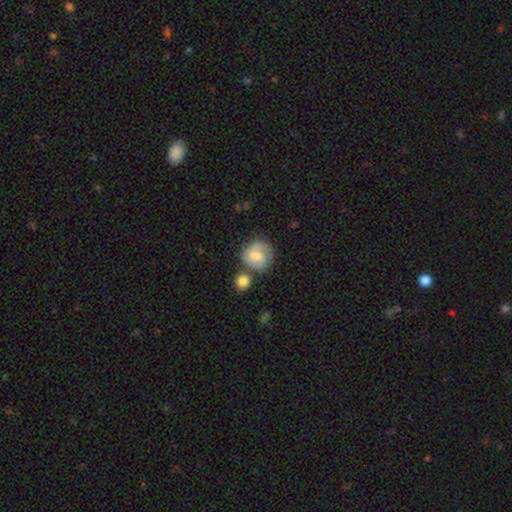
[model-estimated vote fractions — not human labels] smooth 48%, featured or disk 45%, star or artifact 7%. Down the decision tree: merging — none (55%).